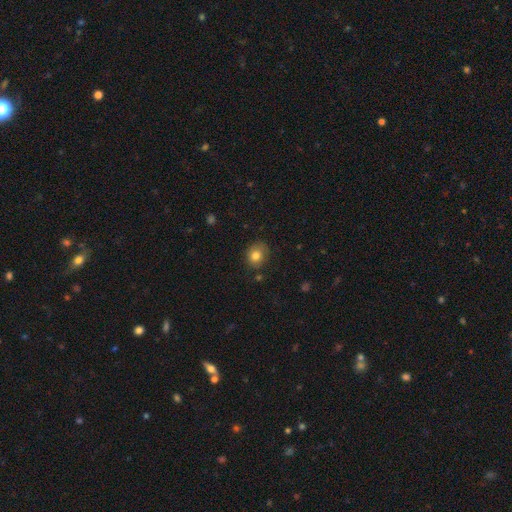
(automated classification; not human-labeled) This appears to be a smooth galaxy with no disk features (81%) that is round (67%). Merging: none (75%).